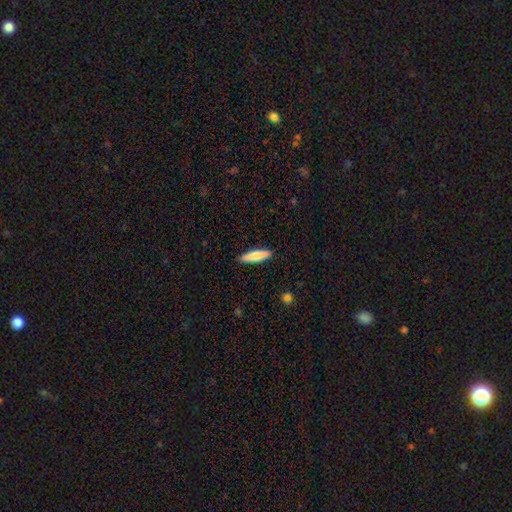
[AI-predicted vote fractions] Smooth or featured? Predicted: smooth (p=0.79). How rounded? Predicted: cigar-shaped (p=0.79). Merging? Predicted: none (p=0.91).